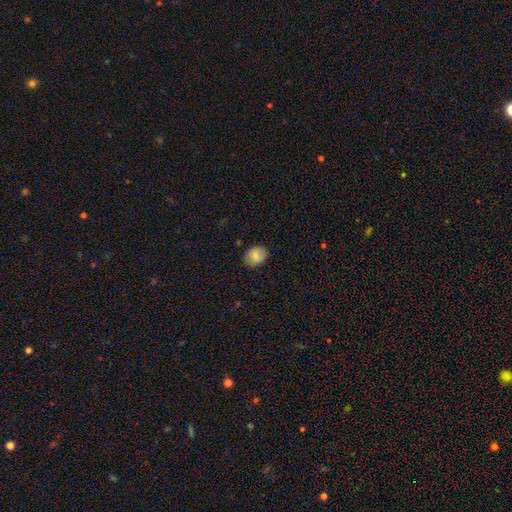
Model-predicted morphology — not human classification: Smooth or featured? Predicted: smooth (p=0.82). How rounded? Predicted: in between (p=0.57). Merging? Predicted: none (p=0.84).